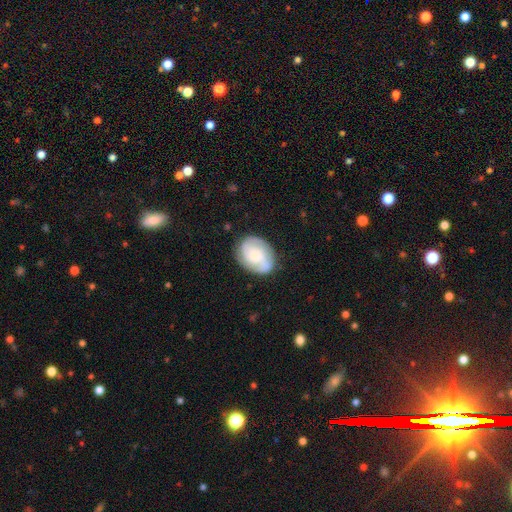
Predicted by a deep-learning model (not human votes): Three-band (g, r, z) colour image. It shows a featured or disk galaxy (68%) with no bar (65%), 2 (51%) tight (46%) spiral arms (94%) and a small central bulge (43%). Merging: none (78%).